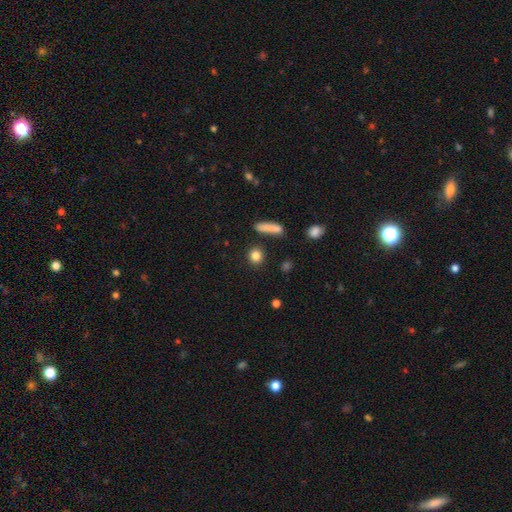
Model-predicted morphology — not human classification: This appears to be a smooth galaxy with no disk features (84%) that is round (75%). Merging: none (86%).